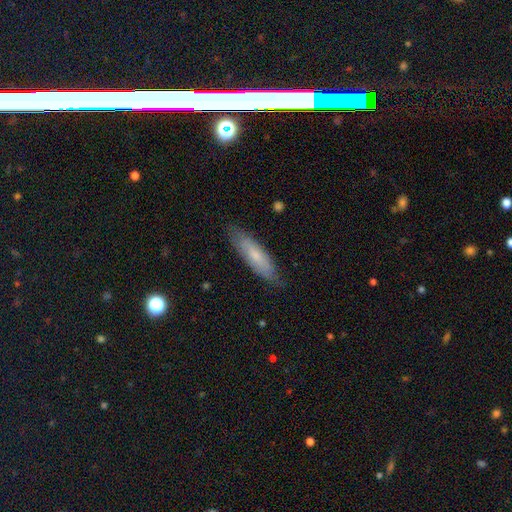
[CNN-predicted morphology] This is likely a smooth galaxy (63%). How rounded: likely cigar-shaped (60%). Merging: likely none (79%).